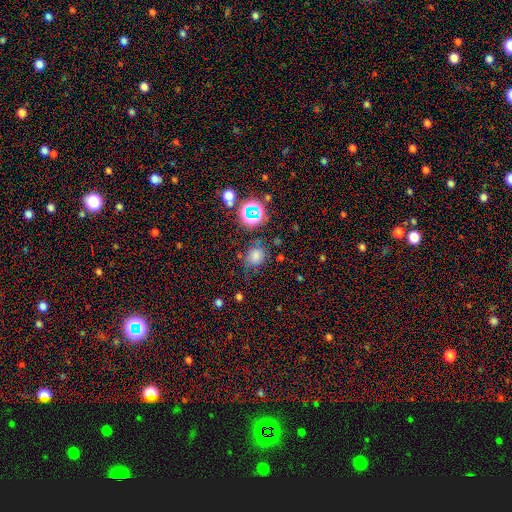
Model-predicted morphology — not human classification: A smooth galaxy with no disk features (60%) that is round (73%). Merging: none (67%).